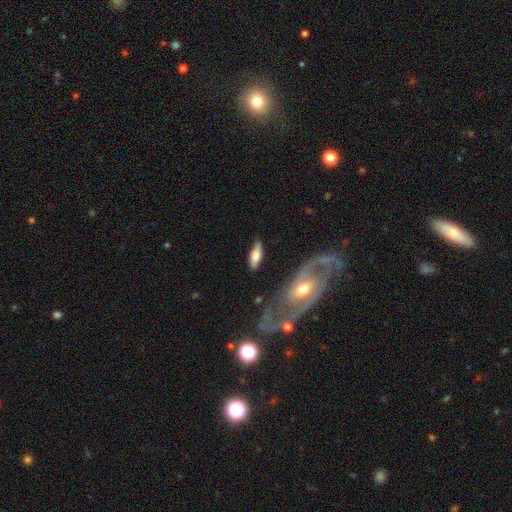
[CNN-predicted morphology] Smooth or featured? Predicted: smooth (p=0.64). How rounded? Predicted: in between (p=0.61). Merging? Predicted: none (p=0.79).